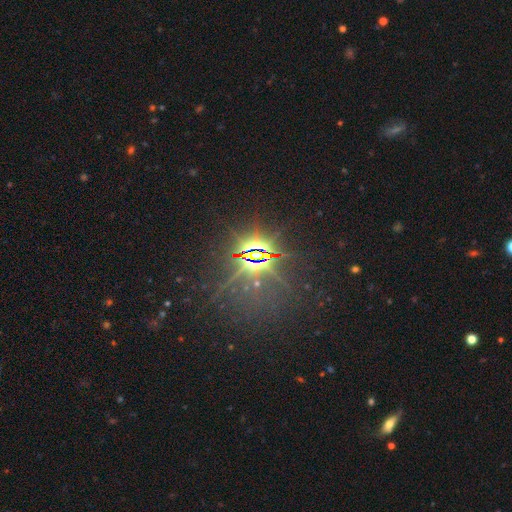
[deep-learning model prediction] smooth_or_featured: star or artifact (p=0.83) [alt: featured or disk p=0.09]